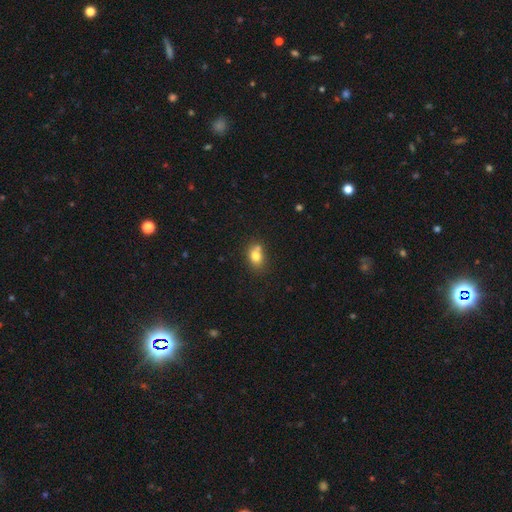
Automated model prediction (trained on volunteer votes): A smooth galaxy with no disk features (77%) that is in between round and cigar-shaped (56%). Merging: none (54%).